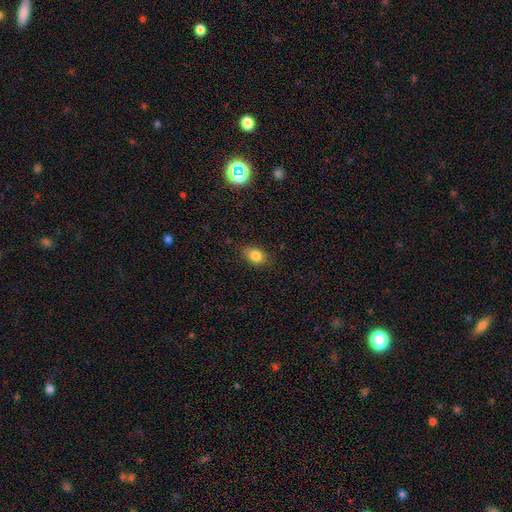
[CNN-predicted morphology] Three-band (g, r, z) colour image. It shows a smooth galaxy with no disk features (82%) that is in between round and cigar-shaped (78%). Merging: none (82%).